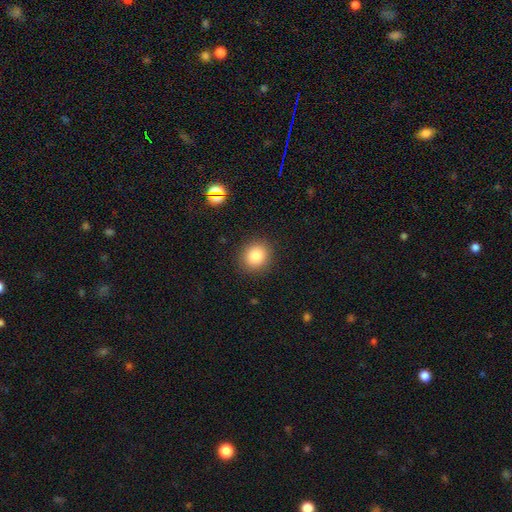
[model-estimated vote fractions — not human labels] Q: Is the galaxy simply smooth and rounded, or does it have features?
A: smooth — 85%.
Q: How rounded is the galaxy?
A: round — 80%.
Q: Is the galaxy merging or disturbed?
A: none — 89%.